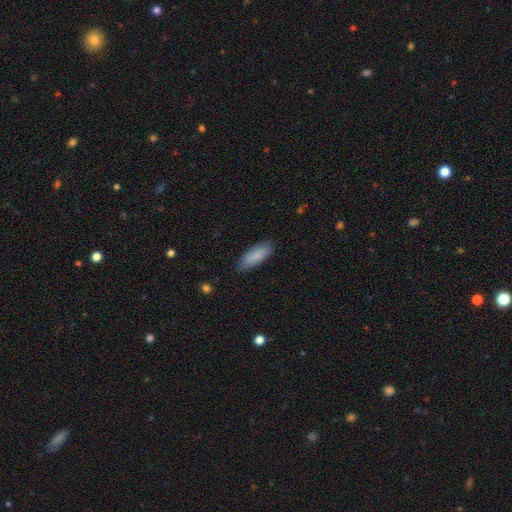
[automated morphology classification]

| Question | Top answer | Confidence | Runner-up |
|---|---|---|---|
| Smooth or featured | smooth | 86% | featured or disk (8%) |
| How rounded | in between | 63% | cigar-shaped (35%) |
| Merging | none | 80% | minor disturbance (16%) |